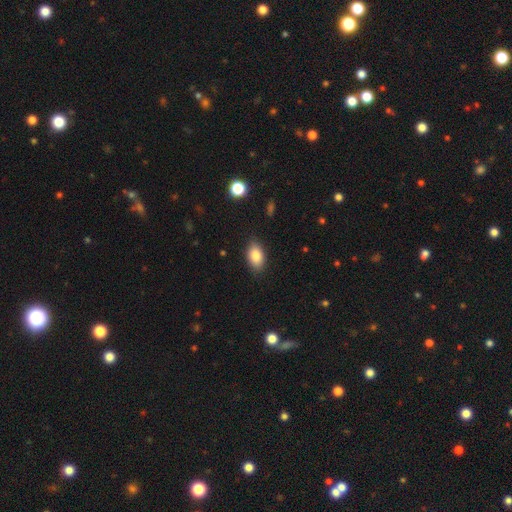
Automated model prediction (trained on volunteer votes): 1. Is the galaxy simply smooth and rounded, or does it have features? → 83% smooth, 9% featured or disk, 8% star or artifact.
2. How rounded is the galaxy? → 90% in between, 8% round, 2% cigar-shaped.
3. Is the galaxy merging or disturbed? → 86% none, 11% minor disturbance, 2% major disturbance, 1% merger.